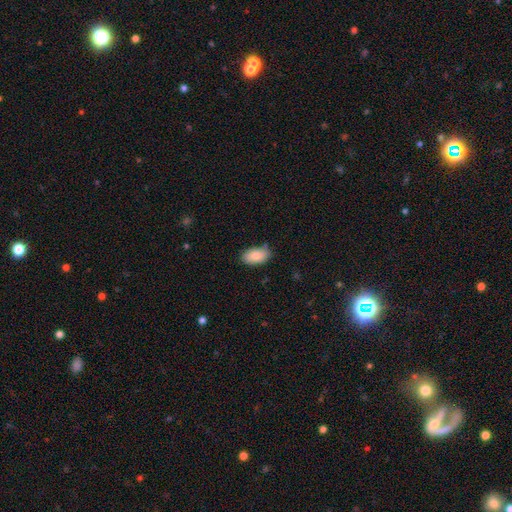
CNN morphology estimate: A smooth galaxy with no disk features (85%) that is in between round and cigar-shaped (94%). Merging: none (81%).